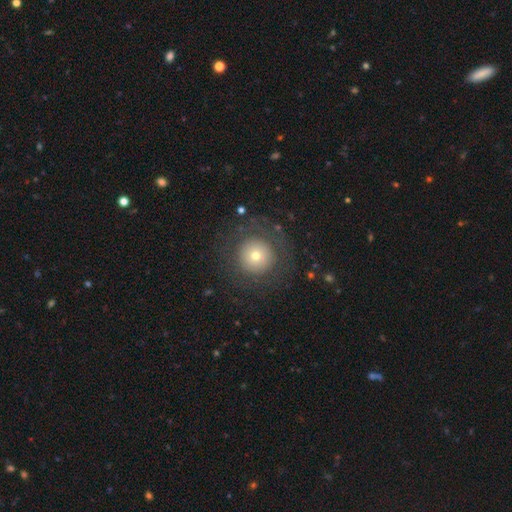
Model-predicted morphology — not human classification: The model was most divided on "smooth or featured": smooth: 64%, featured or disk: 24%, star or artifact: 12%. More confident: how rounded — round (96%); merging — none (80%).